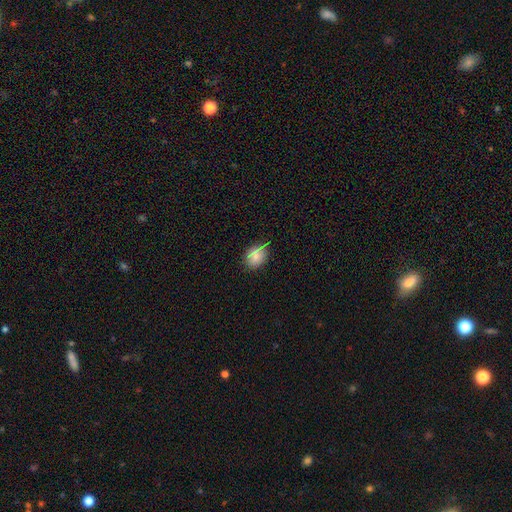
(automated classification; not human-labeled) Q: Smooth or featured?
A: smooth (76%); runner-up: star or artifact (13%)
Q: How rounded?
A: round (55%); runner-up: in between (43%)
Q: Merging?
A: none (65%); runner-up: minor disturbance (27%)